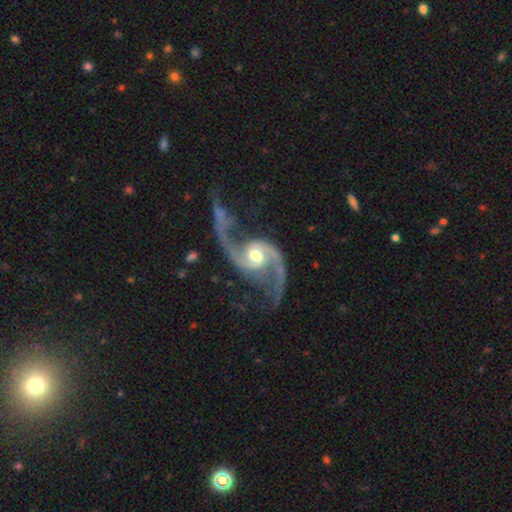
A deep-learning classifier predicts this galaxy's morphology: Smooth or featured? Predicted: featured or disk (p=0.93). Edge-on disk? Predicted: no (p=0.98). Bar? Predicted: no (p=0.54). Spiral arms? Predicted: yes (p=0.98). Spiral winding? Predicted: loose (p=0.68). Spiral arm count? Predicted: 2 (p=0.94). Bulge size? Predicted: moderate (p=0.71). Merging? Predicted: none (p=0.61).